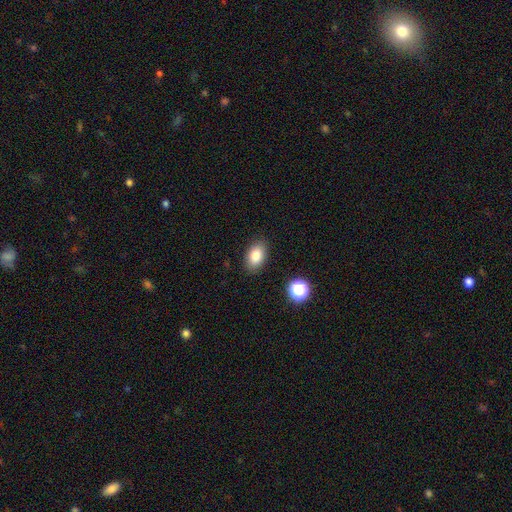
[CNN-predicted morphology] The model was most divided on "smooth or featured": smooth: 83%, star or artifact: 9%, featured or disk: 8%. More confident: how rounded — in between (89%); merging — none (87%).